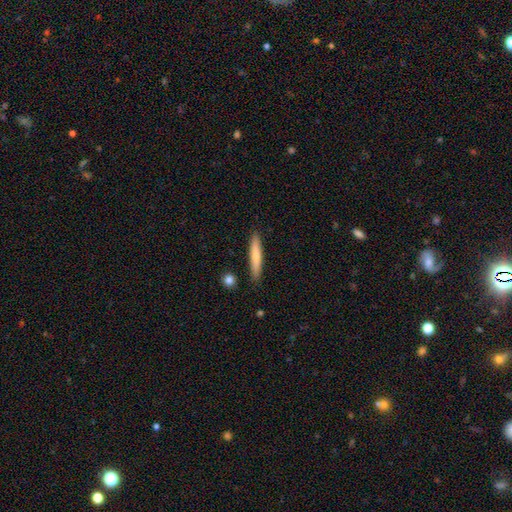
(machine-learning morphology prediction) This is likely a smooth galaxy (67%). How rounded: clearly cigar-shaped (92%). Merging: clearly none (89%).